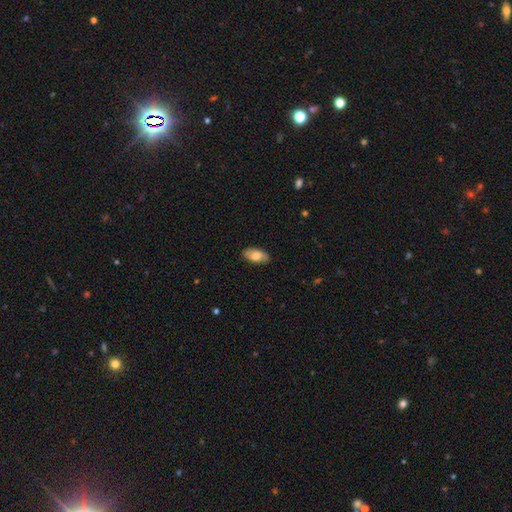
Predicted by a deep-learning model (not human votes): Smooth or featured? smooth (75%)
How rounded? in between (93%)
Merging? none (86%)